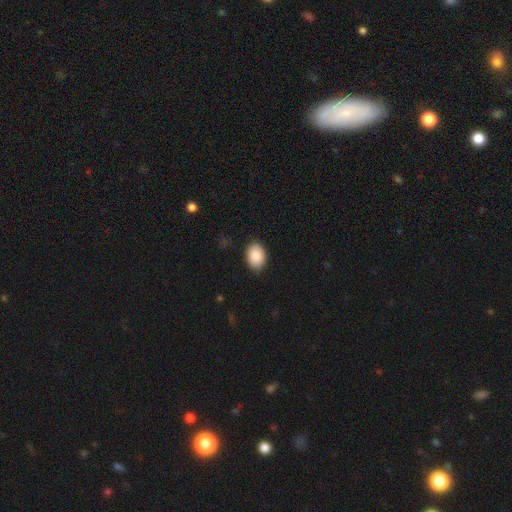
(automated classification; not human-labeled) smooth_or_featured: smooth (p=0.87) [alt: star or artifact p=0.07]
how_rounded: in between (p=0.80) [alt: round p=0.19]
merging: none (p=0.89) [alt: minor disturbance p=0.08]